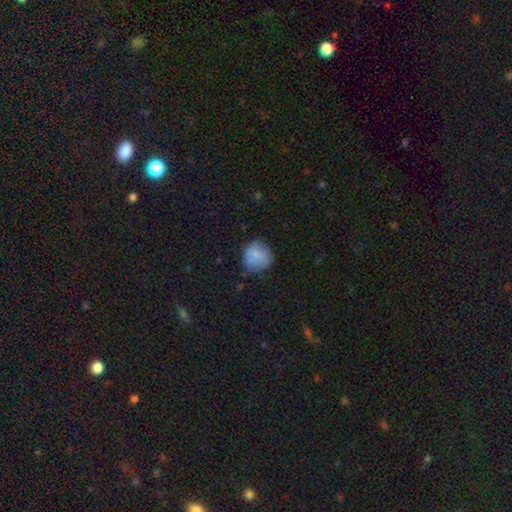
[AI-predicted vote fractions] Smooth or featured: smooth — 81% (featured or disk — 11%)
How rounded: round — 87% (in between — 12%)
Merging: none — 69% (minor disturbance — 23%)